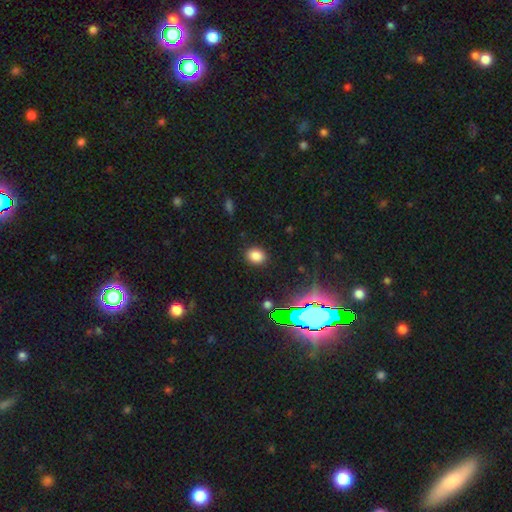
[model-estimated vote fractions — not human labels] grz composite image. It shows a smooth galaxy with no disk features (80%) that is round (50%). Merging: none (88%).